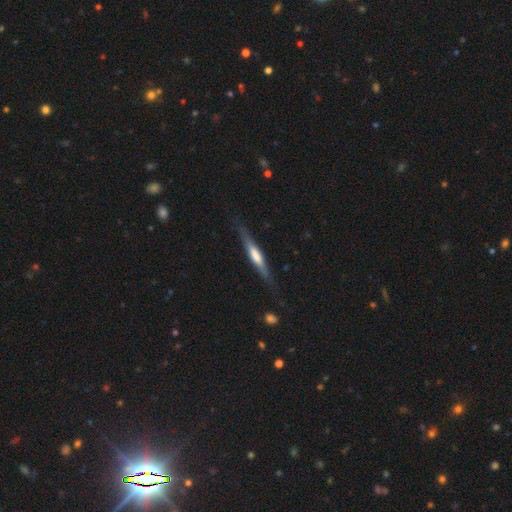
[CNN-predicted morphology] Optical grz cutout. It shows a featured or disk galaxy (51%) viewed edge-on (93%). Merging: none (82%).